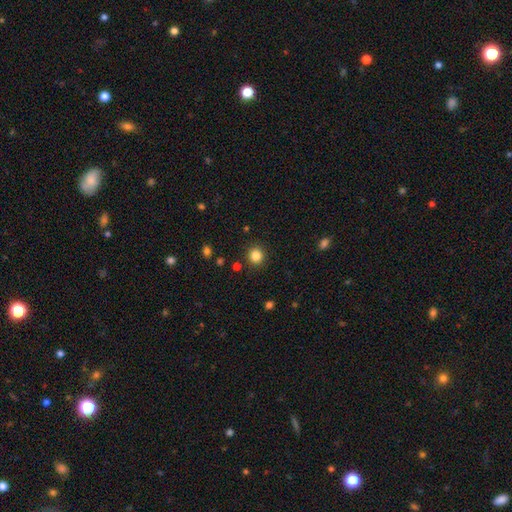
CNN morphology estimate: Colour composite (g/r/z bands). It shows a smooth galaxy with no disk features (84%) that is round (89%). Merging: none (90%).